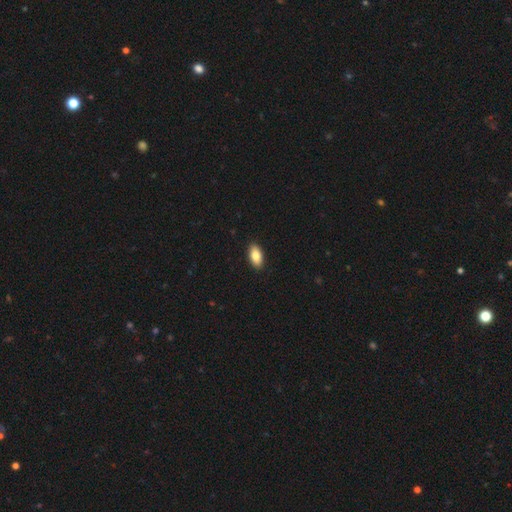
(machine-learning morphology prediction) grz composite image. It shows a smooth galaxy with no disk features (84%) that is in between round and cigar-shaped (92%). Merging: none (91%).